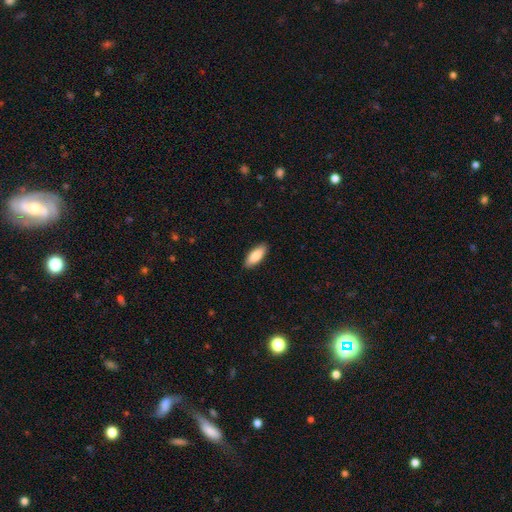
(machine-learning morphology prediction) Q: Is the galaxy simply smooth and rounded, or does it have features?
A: smooth — 86%.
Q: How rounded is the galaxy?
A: in between — 77%.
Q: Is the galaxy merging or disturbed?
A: none — 89%.